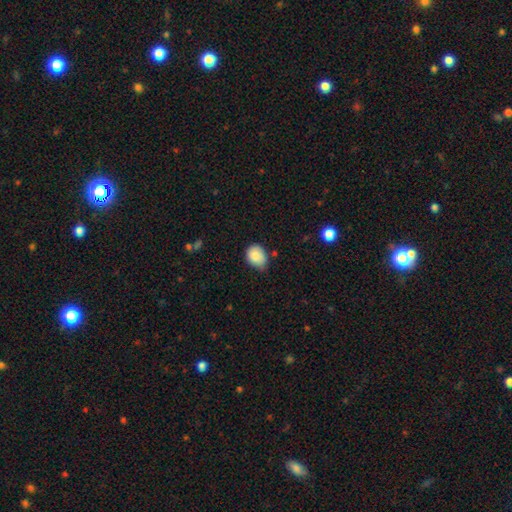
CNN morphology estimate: Smooth or featured? Predicted: smooth (p=0.85). How rounded? Predicted: in between (p=0.54). Merging? Predicted: none (p=0.52).